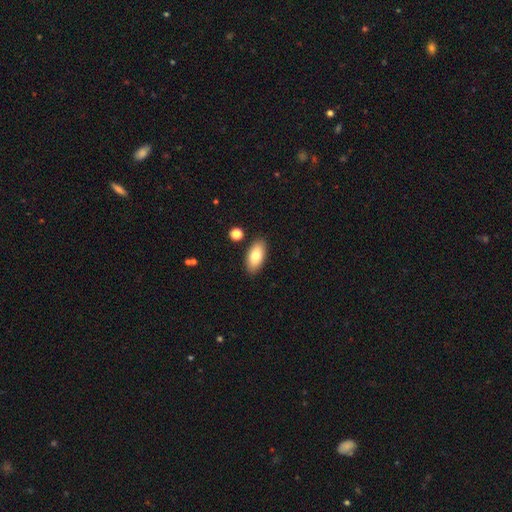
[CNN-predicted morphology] A smooth galaxy with no disk features (80%) that is in between round and cigar-shaped (90%).

Vote fractions:
- Smooth or featured? smooth: 80% / featured or disk: 13% / star or artifact: 7%
- How rounded? in between: 90% / cigar-shaped: 7% / round: 3%
- Merging? none: 87% / minor disturbance: 9% / merger: 3% / major disturbance: 2%